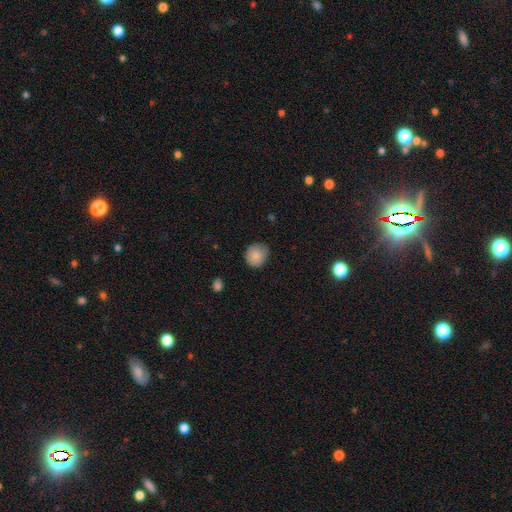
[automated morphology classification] This appears to be a smooth galaxy with no disk features (84%) that is round (81%). Merging: none (75%).